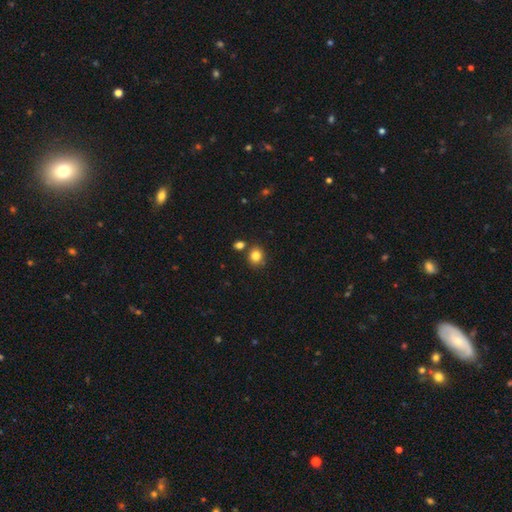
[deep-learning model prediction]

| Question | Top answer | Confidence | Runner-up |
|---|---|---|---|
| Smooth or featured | smooth | 83% | star or artifact (12%) |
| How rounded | round | 73% | in between (26%) |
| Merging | none | 78% | minor disturbance (10%) |